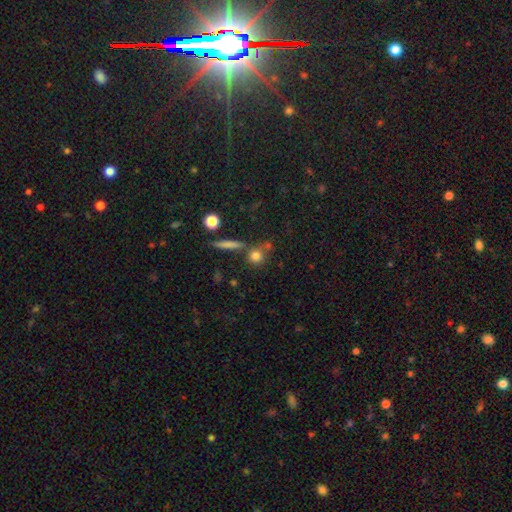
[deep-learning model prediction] Morphology: type=smooth (78%); roundness=round (82%); merging=none (68%).